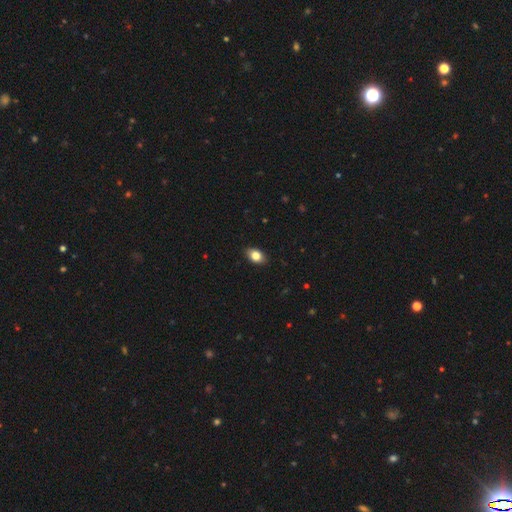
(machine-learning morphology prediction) Smooth or featured? Predicted: smooth (p=0.83). How rounded? Predicted: in between (p=0.82). Merging? Predicted: none (p=0.87).